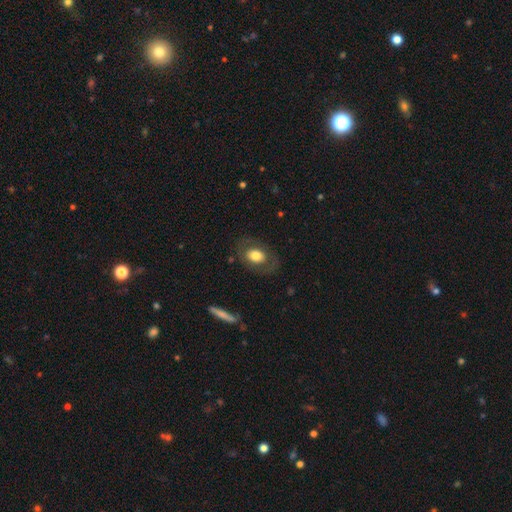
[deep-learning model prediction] This is likely a smooth galaxy (67%). How rounded: likely in between (74%). Merging: likely none (77%).